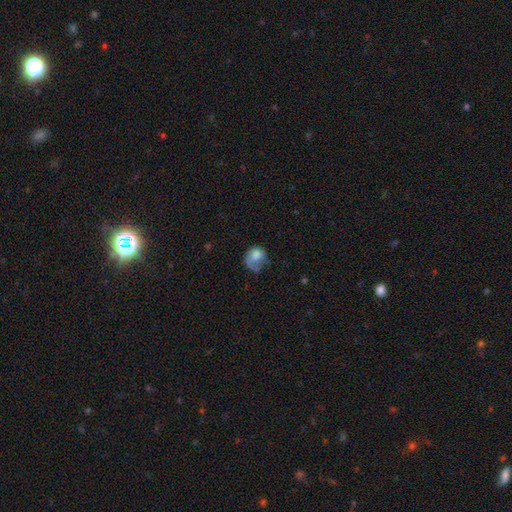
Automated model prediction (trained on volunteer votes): Overall: smooth (67%). How rounded: round (61%; in between 38%). Merging: major disturbance (37%; none 32%).